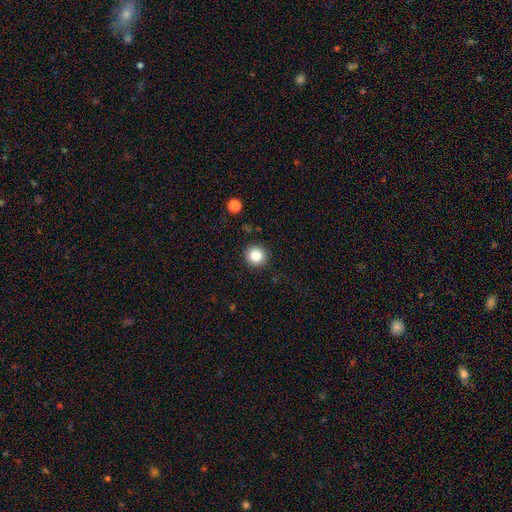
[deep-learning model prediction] This appears to be a smooth galaxy with no disk features (84%) that is round (95%). Merging: none (91%).